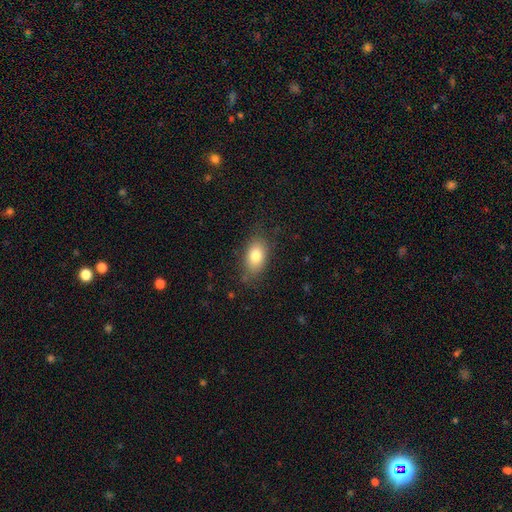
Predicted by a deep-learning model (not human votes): smooth-or-featured: smooth: 80% | featured or disk: 12% | star or artifact: 8%
  how-rounded: in between: 88% | round: 10% | cigar-shaped: 3%
  merging: none: 79% | minor disturbance: 16% | major disturbance: 4% | merger: 1%